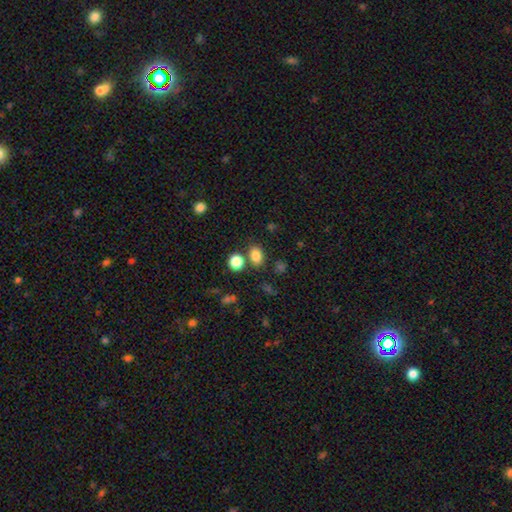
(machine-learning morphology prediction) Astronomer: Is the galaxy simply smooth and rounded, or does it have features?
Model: smooth — 82%.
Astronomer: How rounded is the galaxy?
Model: in between — 65%.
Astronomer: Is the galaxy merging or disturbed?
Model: none — 72%.